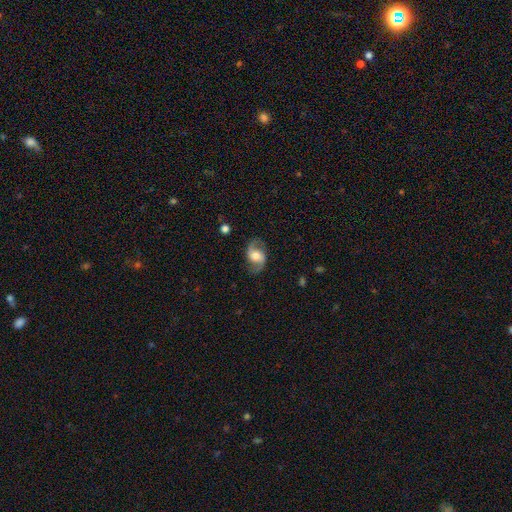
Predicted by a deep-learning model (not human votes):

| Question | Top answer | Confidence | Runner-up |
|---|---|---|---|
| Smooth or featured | featured or disk | 70% | smooth (23%) |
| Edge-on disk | no | 96% | yes (4%) |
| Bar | no | 48% | weak (38%) |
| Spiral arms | yes | 91% | no (9%) |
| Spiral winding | loose | 51% | medium (39%) |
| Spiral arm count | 2 | 92% | can't tell (3%) |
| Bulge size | moderate | 45% | large (33%) |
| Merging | none | 78% | minor disturbance (14%) |